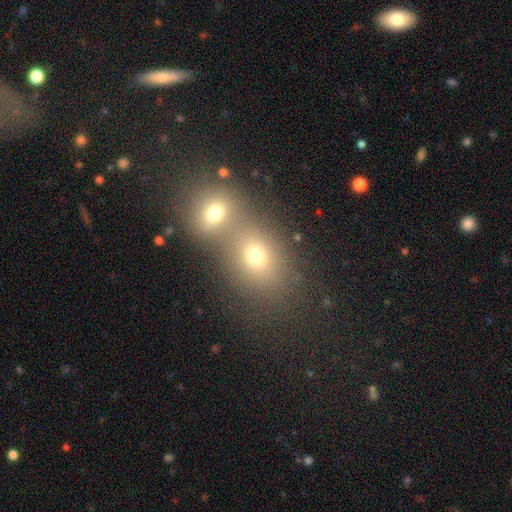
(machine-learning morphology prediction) Smooth or featured? smooth (68%)
How rounded? round (50%)
Merging? merger (57%)